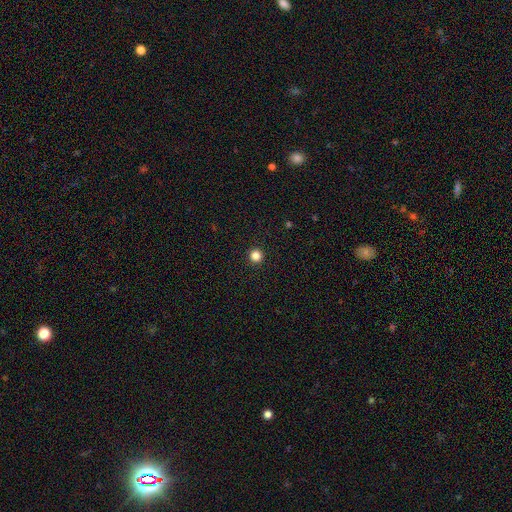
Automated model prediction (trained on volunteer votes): Smooth or featured?
  - smooth: 84% *
  - star or artifact: 13%
  - featured or disk: 4%
How rounded?
  - round: 95% *
  - in between: 4%
  - cigar-shaped: 1%
Merging?
  - none: 94% *
  - minor disturbance: 4%
  - major disturbance: 1%
  - merger: 1%